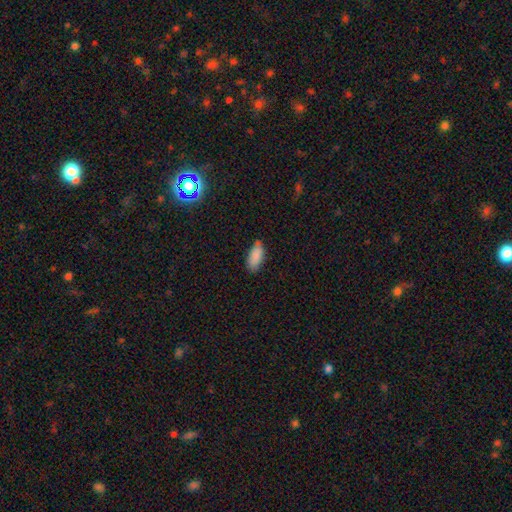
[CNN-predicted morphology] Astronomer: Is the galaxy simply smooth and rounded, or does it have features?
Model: smooth — 87%.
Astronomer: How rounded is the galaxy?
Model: in between — 85%.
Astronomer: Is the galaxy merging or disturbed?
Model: none — 74%.